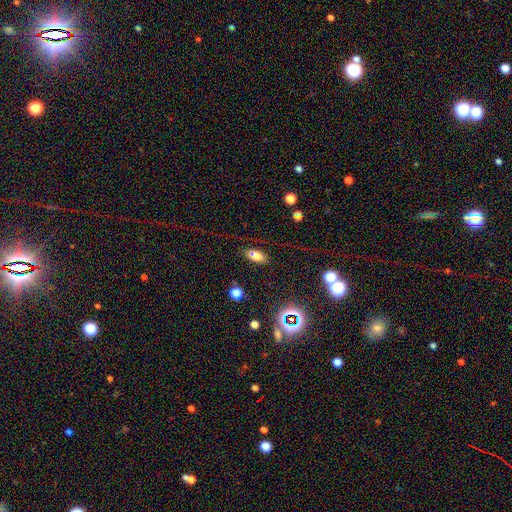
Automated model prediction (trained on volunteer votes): smooth 77%, star or artifact 15%, featured or disk 8%. Down the decision tree: how rounded — in between (82%); merging — none (82%).